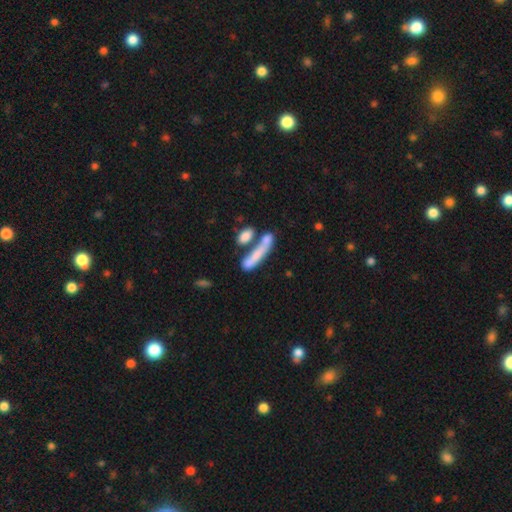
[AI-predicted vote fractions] This appears to be a smooth galaxy with no disk features (69%) that is cigar-shaped (68%). Merging: merger (41%).